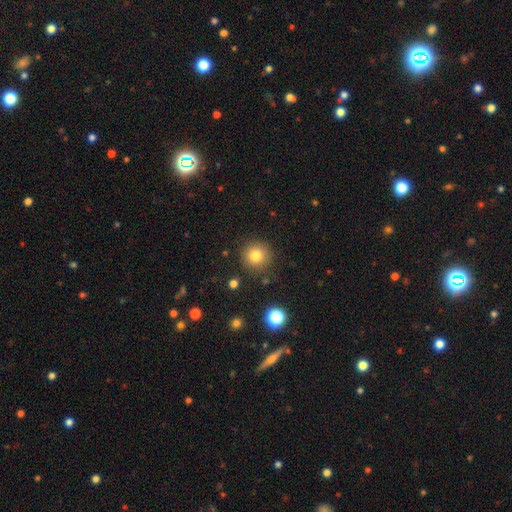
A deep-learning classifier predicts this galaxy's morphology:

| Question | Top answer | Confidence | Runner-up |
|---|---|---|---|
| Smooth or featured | smooth | 80% | star or artifact (12%) |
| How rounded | round | 94% | in between (5%) |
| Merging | none | 87% | minor disturbance (8%) |